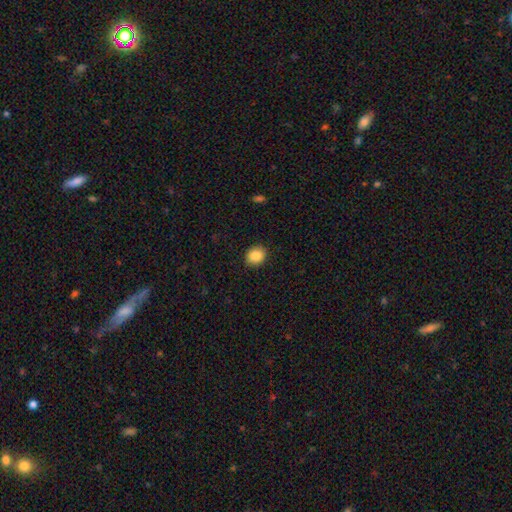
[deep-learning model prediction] The model was most divided on "how rounded": round: 61%, in between: 38%, cigar-shaped: 1%. More confident: merging — none (89%); smooth or featured — smooth (87%).